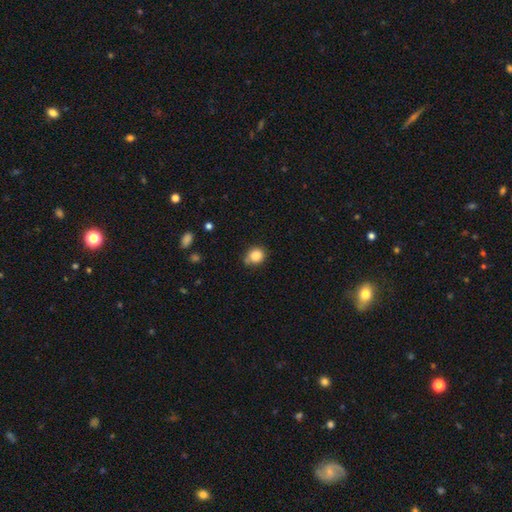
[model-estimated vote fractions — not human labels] A smooth galaxy with no disk features (86%) that is round (79%).

Vote fractions:
- Smooth or featured? smooth: 86% / star or artifact: 10% / featured or disk: 4%
- How rounded? round: 79% / in between: 20% / cigar-shaped: 1%
- Merging? none: 67% / minor disturbance: 22% / merger: 6% / major disturbance: 4%